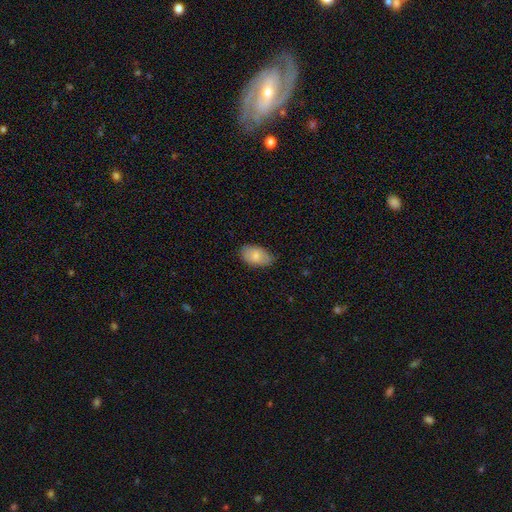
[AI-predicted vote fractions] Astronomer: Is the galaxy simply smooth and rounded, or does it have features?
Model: smooth — 80%.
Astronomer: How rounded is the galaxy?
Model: in between — 93%.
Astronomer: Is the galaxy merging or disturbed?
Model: none — 71%.